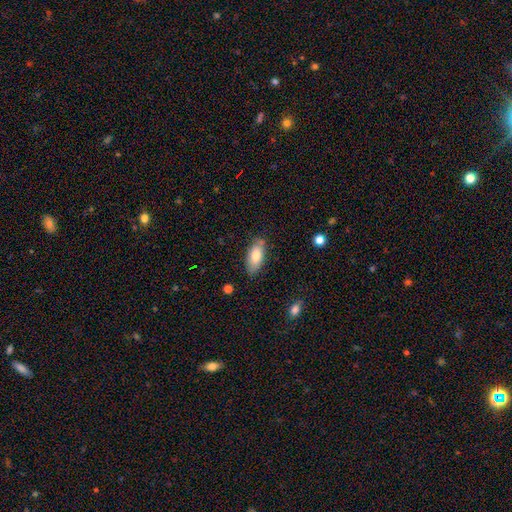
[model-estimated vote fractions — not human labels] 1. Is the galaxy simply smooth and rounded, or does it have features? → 77% smooth, 16% featured or disk, 7% star or artifact.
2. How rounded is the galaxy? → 86% in between, 11% cigar-shaped, 2% round.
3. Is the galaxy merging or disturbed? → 77% none, 17% minor disturbance, 3% merger, 3% major disturbance.